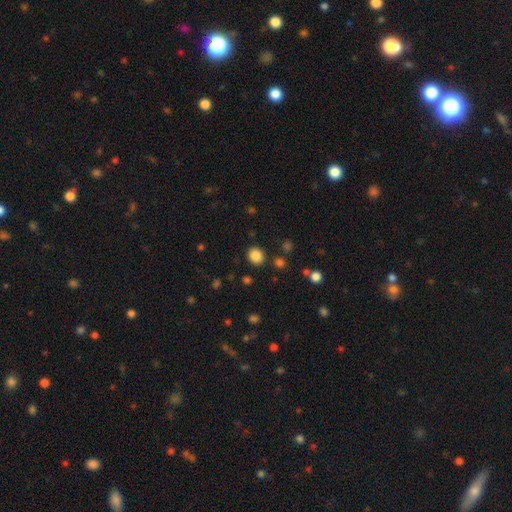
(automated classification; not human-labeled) smooth 85%, star or artifact 11%, featured or disk 4%. Down the decision tree: how rounded — round (73%); merging — none (87%).